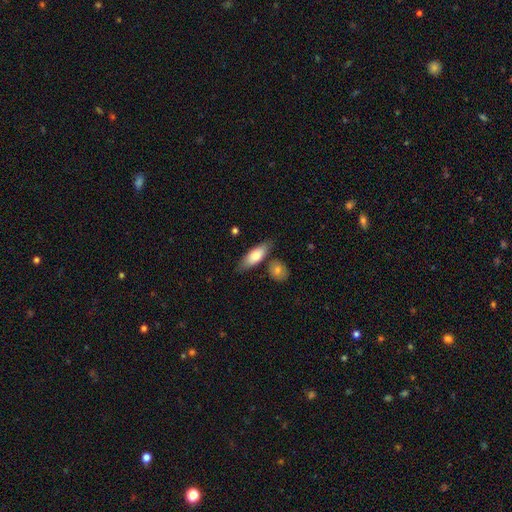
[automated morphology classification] smooth 76%, featured or disk 19%, star or artifact 5%. Down the decision tree: how rounded — in between (66%); merging — none (72%).